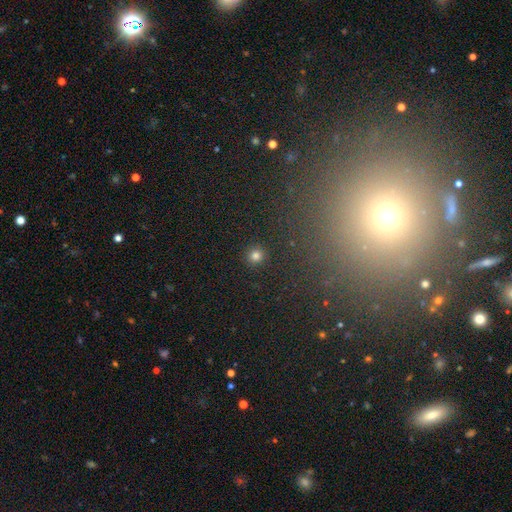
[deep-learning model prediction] Q: Smooth or featured?
A: smooth (80%); runner-up: star or artifact (15%)
Q: How rounded?
A: round (94%); runner-up: in between (5%)
Q: Merging?
A: none (92%); runner-up: minor disturbance (5%)